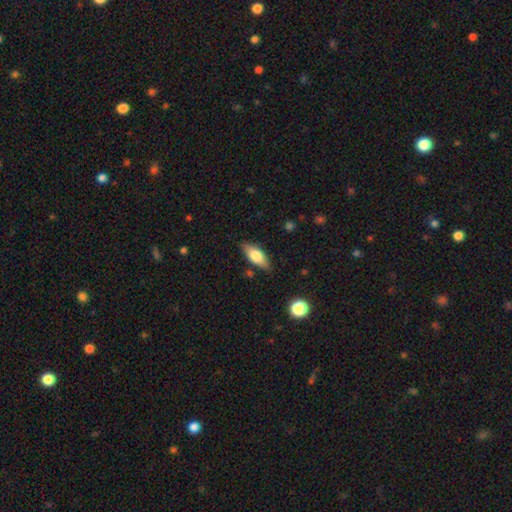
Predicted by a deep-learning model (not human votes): This appears to be a smooth galaxy with no disk features (71%) that is in between round and cigar-shaped (78%). Merging: none (82%).